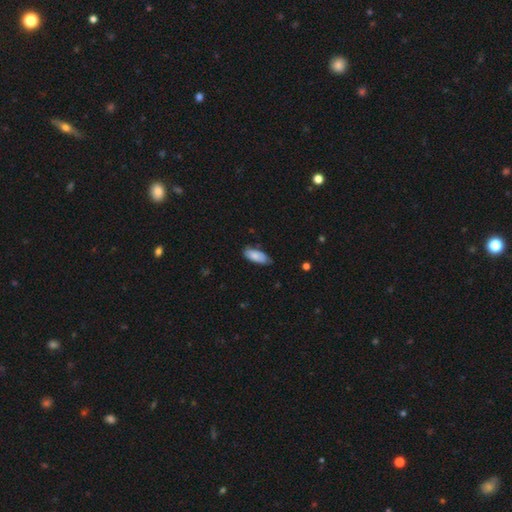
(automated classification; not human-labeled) A smooth galaxy with no disk features (79%) that is in between round and cigar-shaped (84%). Merging: none (70%).